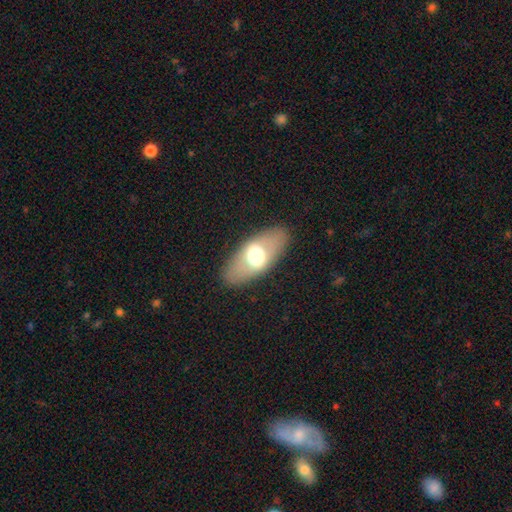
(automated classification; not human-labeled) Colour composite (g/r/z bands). It shows a smooth galaxy with no disk features (56%) that is in between round and cigar-shaped (87%). Merging: none (86%).